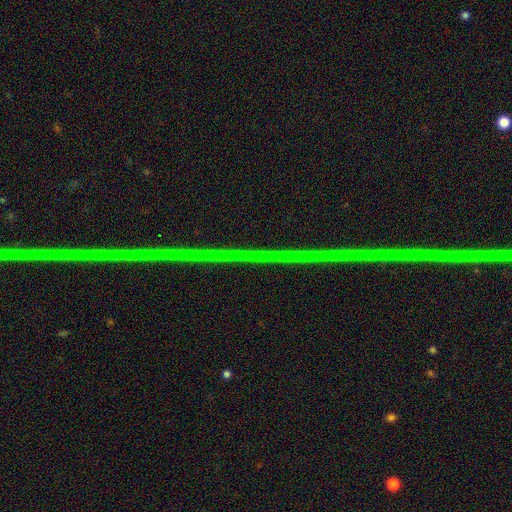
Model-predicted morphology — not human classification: The model was most divided on "smooth or featured": star or artifact: 88%, featured or disk: 9%, smooth: 4%.